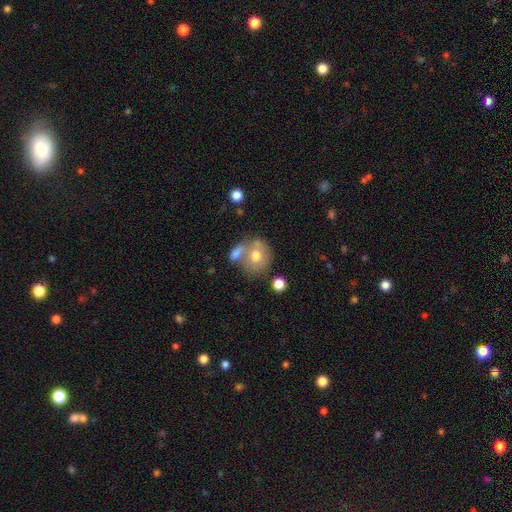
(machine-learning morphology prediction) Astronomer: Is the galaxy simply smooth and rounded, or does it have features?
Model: smooth — 67%.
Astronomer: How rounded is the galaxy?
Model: round — 74%.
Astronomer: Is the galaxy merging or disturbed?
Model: none — 45% (runner-up: merger, 36%).